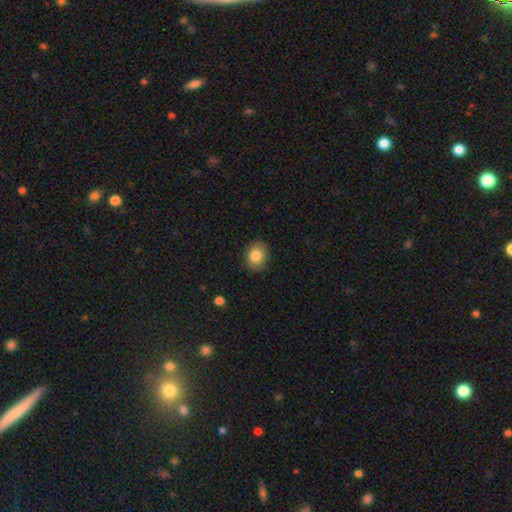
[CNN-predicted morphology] Smooth or featured? Predicted: smooth (p=0.83). How rounded? Predicted: in between (p=0.52). Merging? Predicted: none (p=0.86).